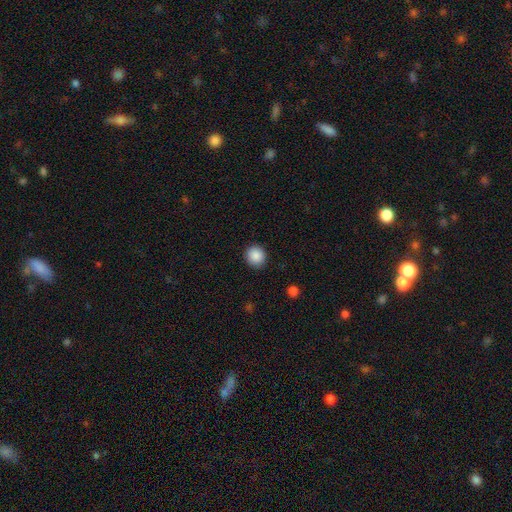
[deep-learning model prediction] Smooth or featured? Predicted: smooth (p=0.88). How rounded? Predicted: round (p=0.88). Merging? Predicted: none (p=0.91).